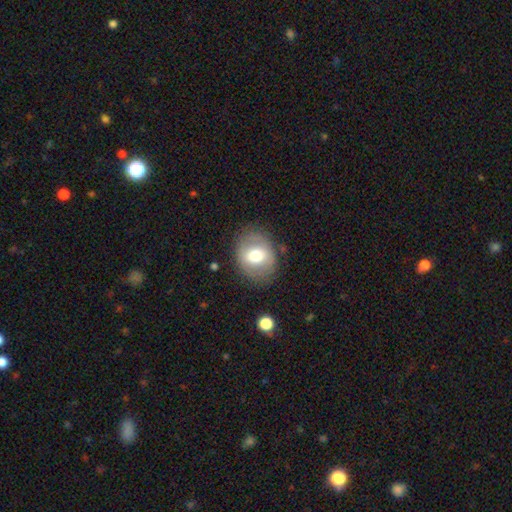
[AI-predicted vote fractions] A smooth galaxy with no disk features (63%) that is round (54%). Merging: none (78%).